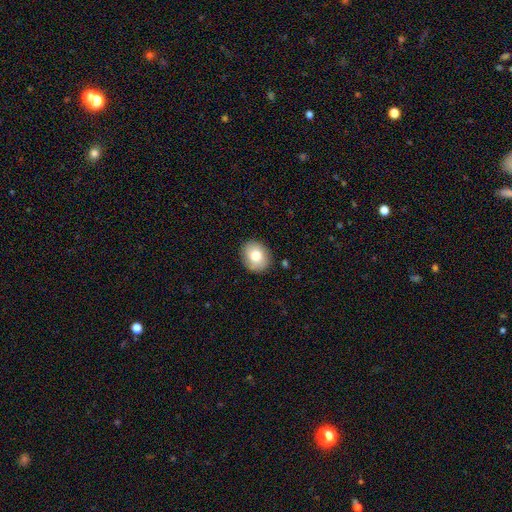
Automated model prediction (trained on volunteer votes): The model was most divided on "how rounded": round: 59%, in between: 40%, cigar-shaped: 1%. More confident: merging — none (87%); smooth or featured — smooth (79%).